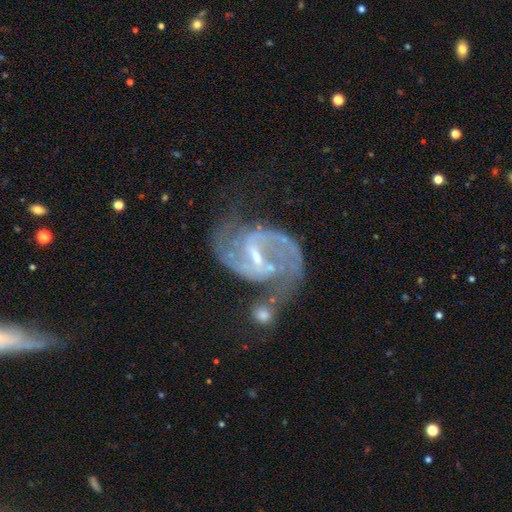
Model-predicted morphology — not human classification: type=featured or disk (92%); edge-on=no (98%); bar=weak (52%); spiral arms=yes (98%); winding=medium (57%); arm count=2 (91%); bulge=small (61%); merging=none (44%).